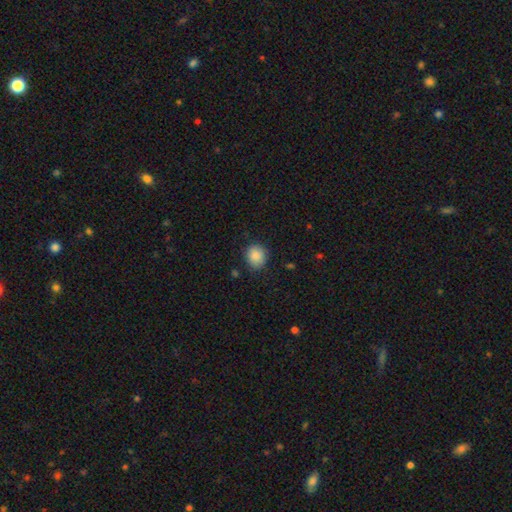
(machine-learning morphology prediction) Overall: smooth (88%). How rounded: round (77%). Merging: none (84%).